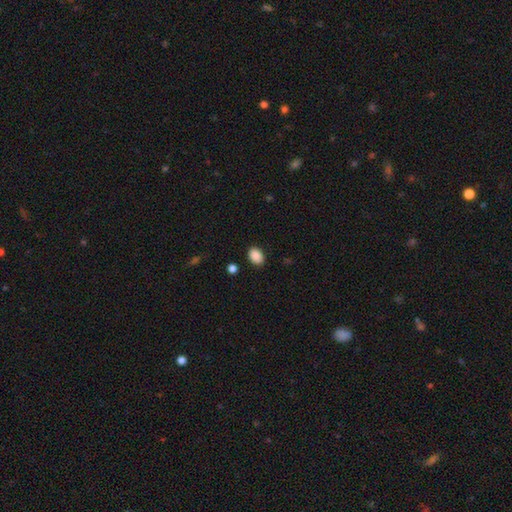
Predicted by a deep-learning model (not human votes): smooth 89%, star or artifact 8%, featured or disk 3%. Down the decision tree: how rounded — in between (76%); merging — none (86%).